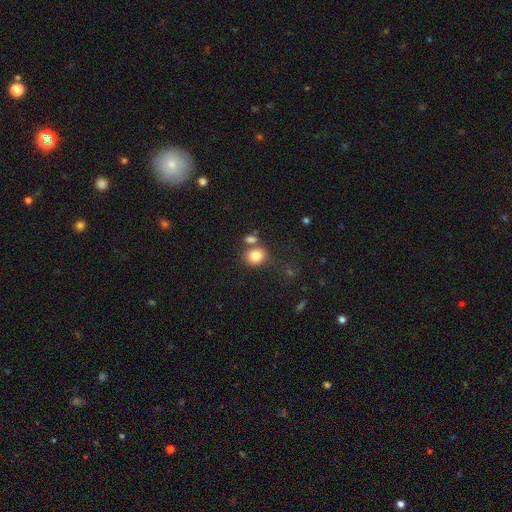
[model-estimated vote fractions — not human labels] The model was most divided on "how rounded": round: 66%, in between: 33%, cigar-shaped: 1%. More confident: smooth or featured — smooth (82%); merging — none (59%).